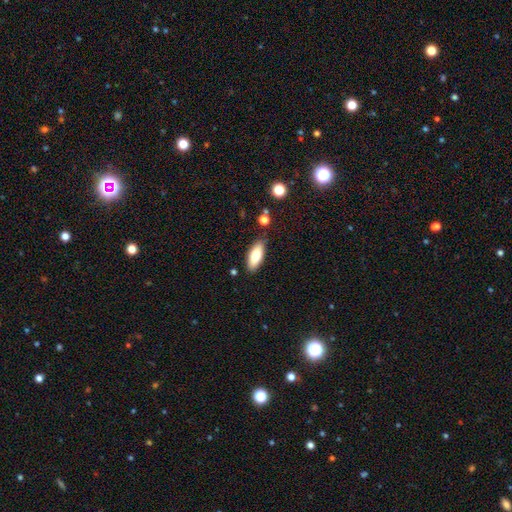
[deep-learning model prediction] smooth-or-featured: smooth: 79% | featured or disk: 14% | star or artifact: 7%
  how-rounded: in between: 77% | cigar-shaped: 21% | round: 2%
  merging: none: 85% | minor disturbance: 10% | merger: 2% | major disturbance: 2%